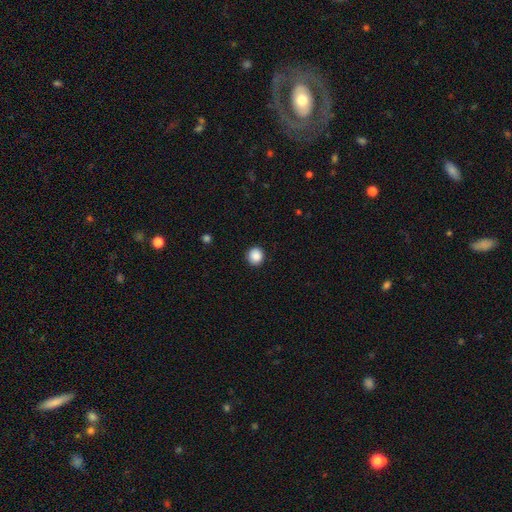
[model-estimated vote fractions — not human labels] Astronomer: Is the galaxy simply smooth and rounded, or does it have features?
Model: smooth — 88%.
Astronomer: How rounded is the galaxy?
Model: round — 91%.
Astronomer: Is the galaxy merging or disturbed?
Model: none — 91%.